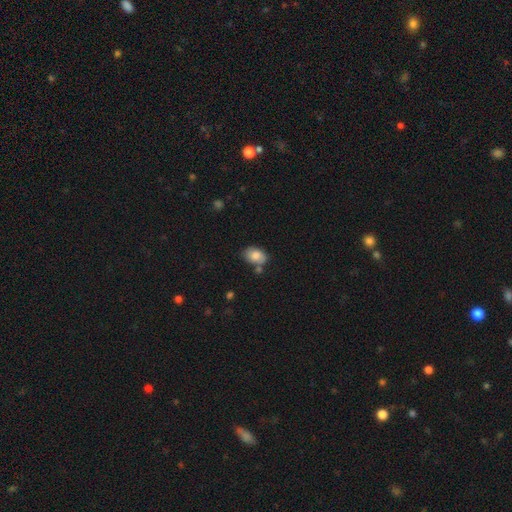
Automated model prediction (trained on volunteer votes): Smooth or featured: smooth — 82% (featured or disk — 10%)
How rounded: in between — 84% (round — 15%)
Merging: none — 62% (minor disturbance — 20%)